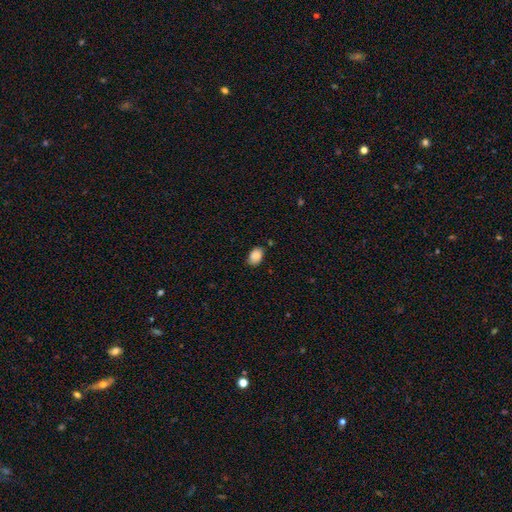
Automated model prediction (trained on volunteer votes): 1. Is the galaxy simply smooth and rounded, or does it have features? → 88% smooth, 8% star or artifact, 4% featured or disk.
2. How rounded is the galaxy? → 85% in between, 14% round, 1% cigar-shaped.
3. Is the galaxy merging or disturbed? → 76% none, 18% minor disturbance, 3% major disturbance, 3% merger.